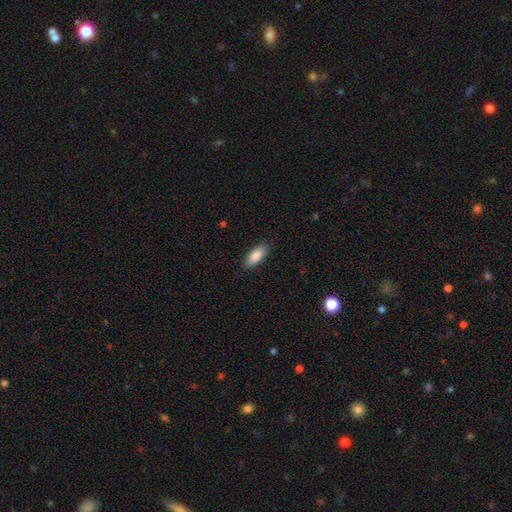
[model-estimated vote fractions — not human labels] smooth 85%, featured or disk 9%, star or artifact 6%. Down the decision tree: how rounded — in between (77%); merging — none (88%).